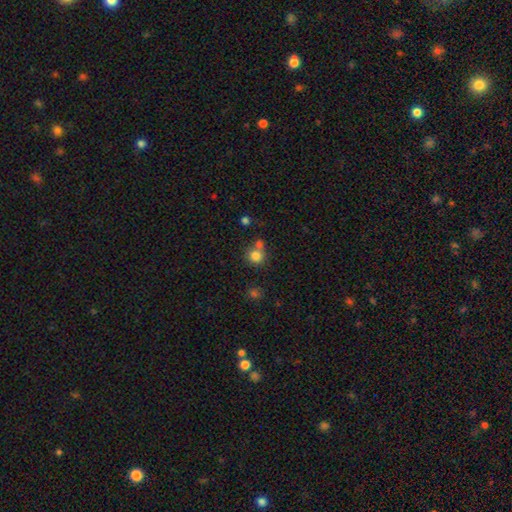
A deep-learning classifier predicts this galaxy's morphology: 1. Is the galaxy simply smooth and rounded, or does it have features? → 80% smooth, 12% star or artifact, 8% featured or disk.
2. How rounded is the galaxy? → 88% round, 11% in between, 1% cigar-shaped.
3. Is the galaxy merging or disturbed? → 58% none, 30% merger, 9% minor disturbance, 3% major disturbance.